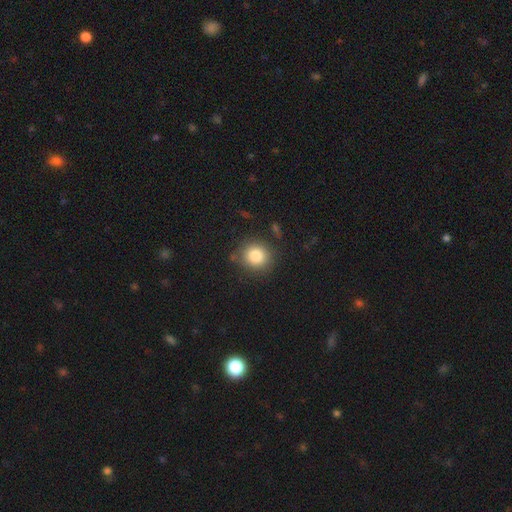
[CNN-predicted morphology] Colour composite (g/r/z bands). It shows a smooth galaxy with no disk features (83%) that is round (87%). Merging: none (84%).